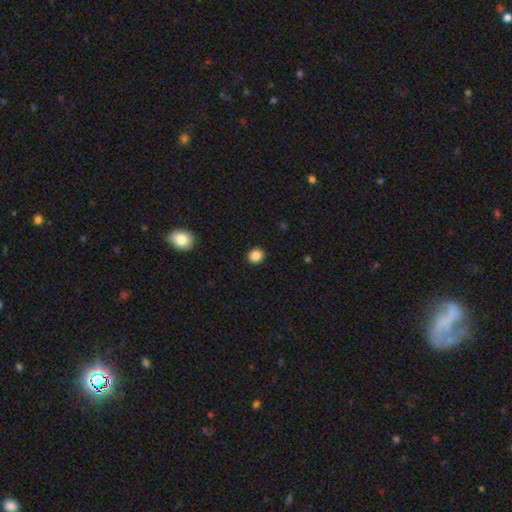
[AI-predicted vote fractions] smooth_or_featured: smooth (p=0.85) [alt: star or artifact p=0.11]
how_rounded: round (p=0.85) [alt: in between p=0.14]
merging: none (p=0.93) [alt: minor disturbance p=0.05]